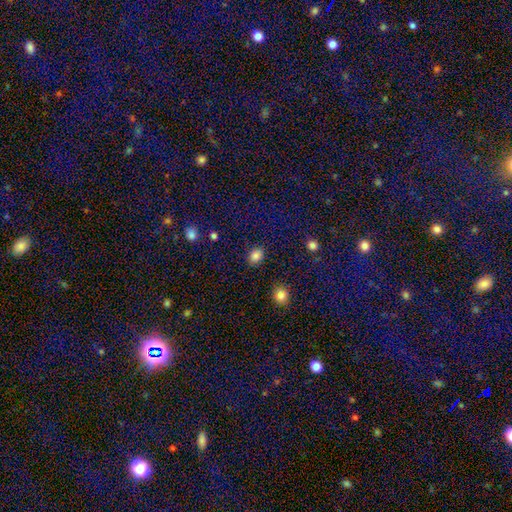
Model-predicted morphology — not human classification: Smooth or featured? Predicted: smooth (p=0.85). How rounded? Predicted: in between (p=0.62). Merging? Predicted: none (p=0.86).